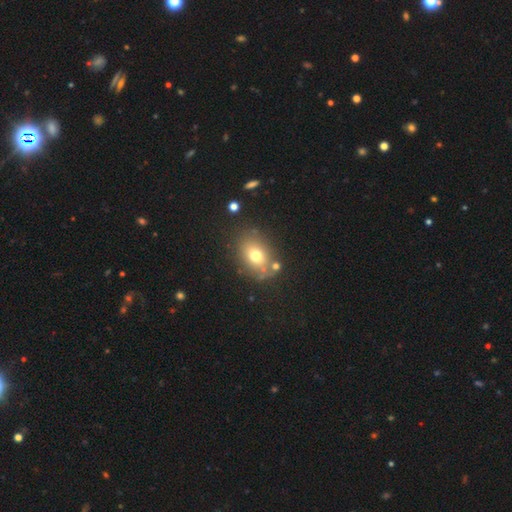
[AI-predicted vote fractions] This appears to be a smooth galaxy with no disk features (71%) that is in between round and cigar-shaped (64%). Merging: none (73%).